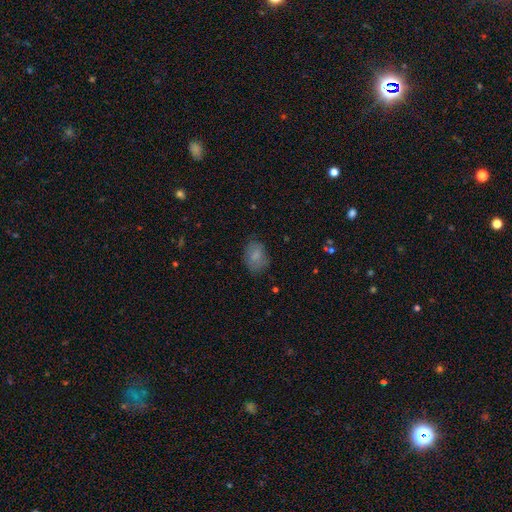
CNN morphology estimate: A smooth galaxy with no disk features (78%) that is in between round and cigar-shaped (79%).

Vote fractions:
- Smooth or featured? smooth: 78% / featured or disk: 14% / star or artifact: 9%
- How rounded? in between: 79% / round: 19% / cigar-shaped: 1%
- Merging? none: 72% / minor disturbance: 20% / major disturbance: 7% / merger: 1%